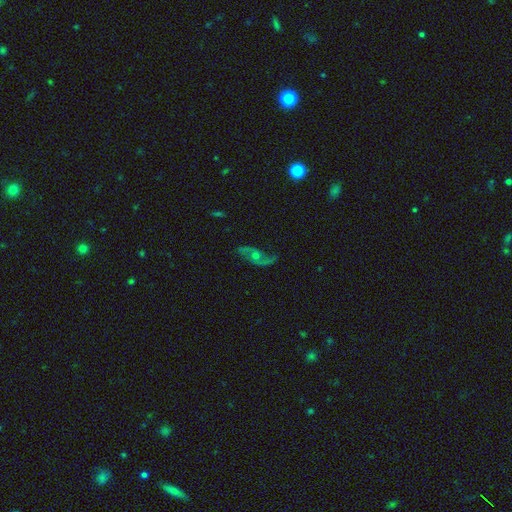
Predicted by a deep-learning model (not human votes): Q: Smooth or featured?
A: featured or disk (81%); runner-up: smooth (10%)
Q: Edge-on disk?
A: no (93%); runner-up: yes (7%)
Q: Bar?
A: no (70%); runner-up: weak (24%)
Q: Spiral arms?
A: yes (93%); runner-up: no (7%)
Q: Spiral winding?
A: loose (67%); runner-up: medium (26%)
Q: Spiral arm count?
A: 2 (90%); runner-up: can't tell (4%)
Q: Bulge size?
A: moderate (55%); runner-up: small (37%)
Q: Merging?
A: none (72%); runner-up: minor disturbance (16%)